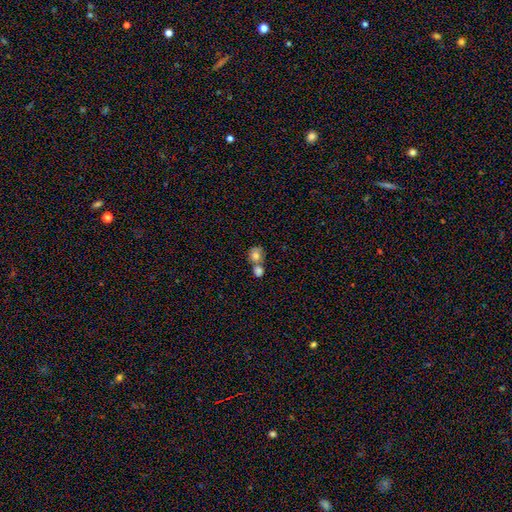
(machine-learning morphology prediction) This appears to be a smooth galaxy with no disk features (78%) that is round (73%). Merging: merger (60%).